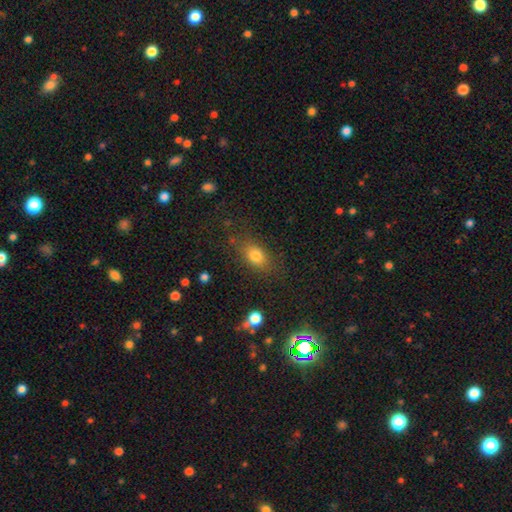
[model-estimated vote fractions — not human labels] Morphology: type=smooth (78%); roundness=in between (73%); merging=none (76%).